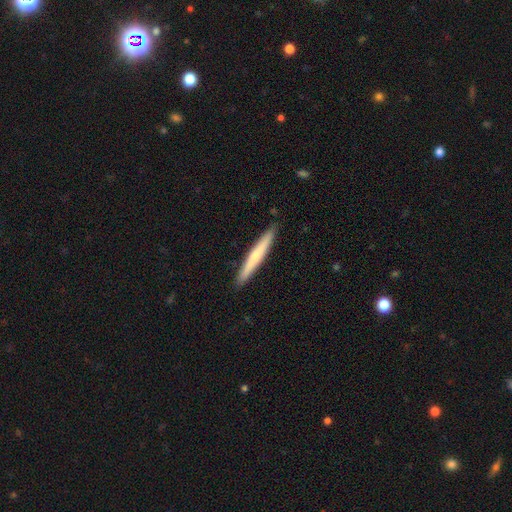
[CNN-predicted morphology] Smooth or featured? Predicted: smooth (p=0.61). How rounded? Predicted: cigar-shaped (p=0.96). Merging? Predicted: none (p=0.91).